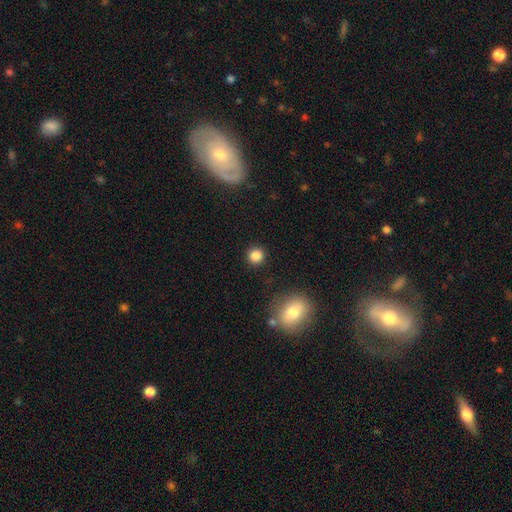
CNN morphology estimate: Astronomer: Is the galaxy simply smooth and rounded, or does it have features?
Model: smooth — 85%.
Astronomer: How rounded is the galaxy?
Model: round — 93%.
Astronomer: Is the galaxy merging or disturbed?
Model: none — 90%.